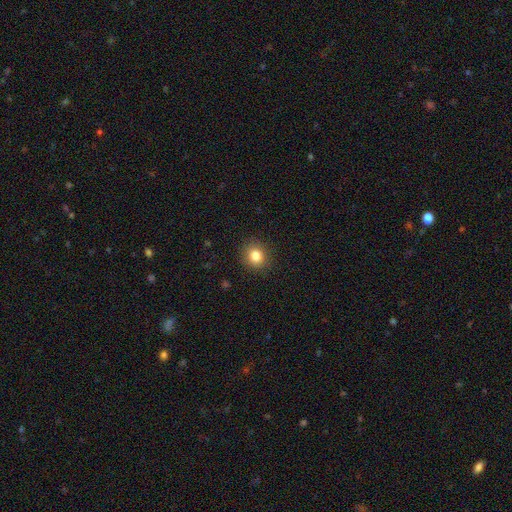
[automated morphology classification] This is clearly a smooth galaxy (83%). How rounded: likely round (79%). Merging: clearly none (90%).